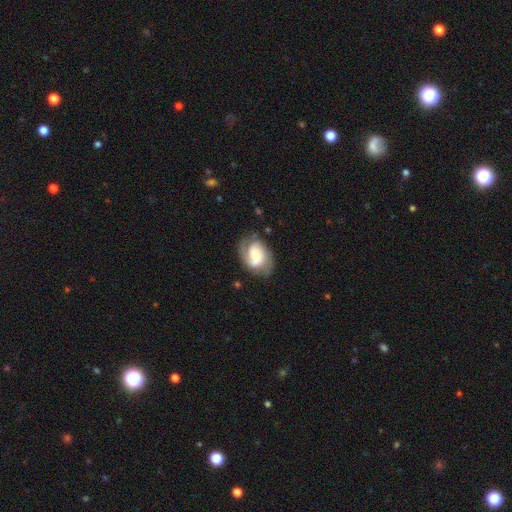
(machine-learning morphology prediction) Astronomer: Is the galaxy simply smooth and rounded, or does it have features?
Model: featured or disk — 63%.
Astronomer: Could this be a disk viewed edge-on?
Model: no — 97%.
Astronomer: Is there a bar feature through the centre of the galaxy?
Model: no — 59%.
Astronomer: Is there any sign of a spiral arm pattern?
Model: yes — 87%.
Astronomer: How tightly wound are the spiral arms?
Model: medium — 42% (runner-up: tight, 40%).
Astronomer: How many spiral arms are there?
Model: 2 — 62%.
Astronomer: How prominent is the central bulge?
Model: small — 40% (runner-up: moderate, 26%).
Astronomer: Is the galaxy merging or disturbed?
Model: none — 60%.